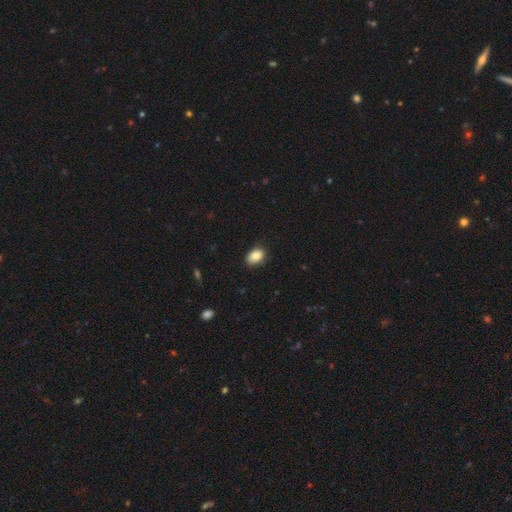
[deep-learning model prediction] A smooth galaxy with no disk features (85%) that is in between round and cigar-shaped (79%). Merging: none (81%).